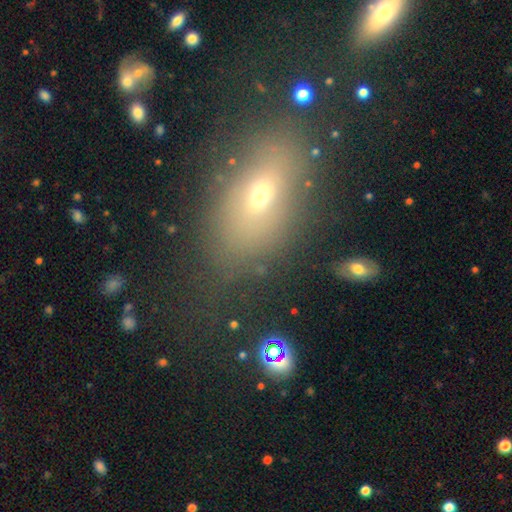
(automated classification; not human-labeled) Q: Smooth or featured?
A: smooth (59%); runner-up: featured or disk (21%)
Q: How rounded?
A: in between (78%); runner-up: round (15%)
Q: Merging?
A: none (72%); runner-up: minor disturbance (15%)